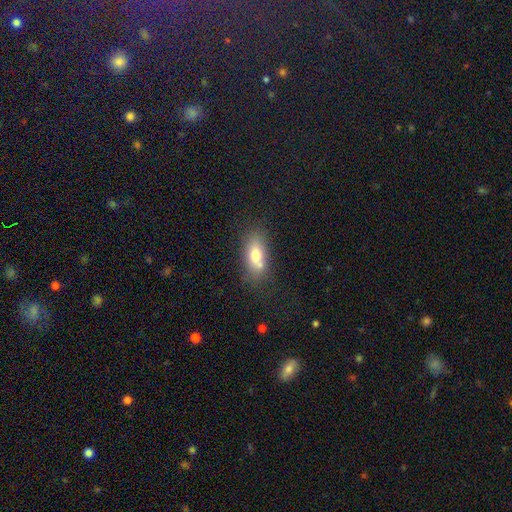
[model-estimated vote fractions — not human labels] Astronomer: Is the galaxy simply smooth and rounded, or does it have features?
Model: smooth — 70%.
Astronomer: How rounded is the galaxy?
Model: in between — 83%.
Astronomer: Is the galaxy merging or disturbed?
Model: none — 55%.